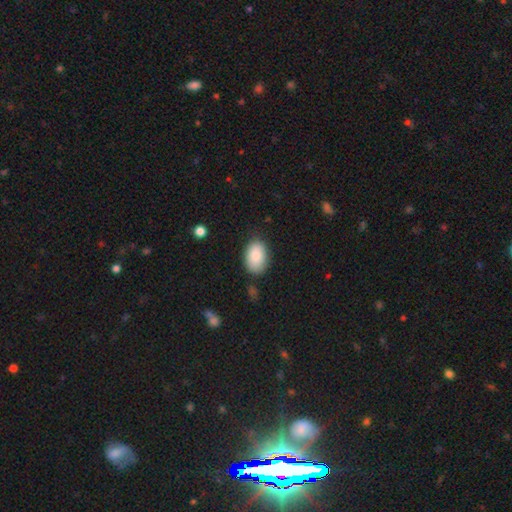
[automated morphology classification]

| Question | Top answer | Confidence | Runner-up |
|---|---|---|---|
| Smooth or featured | smooth | 86% | featured or disk (7%) |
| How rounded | in between | 90% | round (9%) |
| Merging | none | 78% | minor disturbance (17%) |